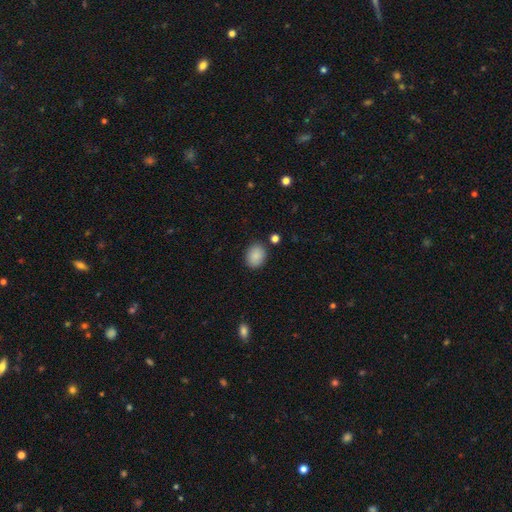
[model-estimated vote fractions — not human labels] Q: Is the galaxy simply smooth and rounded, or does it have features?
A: smooth — 88%.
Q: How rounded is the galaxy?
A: in between — 55%.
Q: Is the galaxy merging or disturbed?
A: none — 86%.